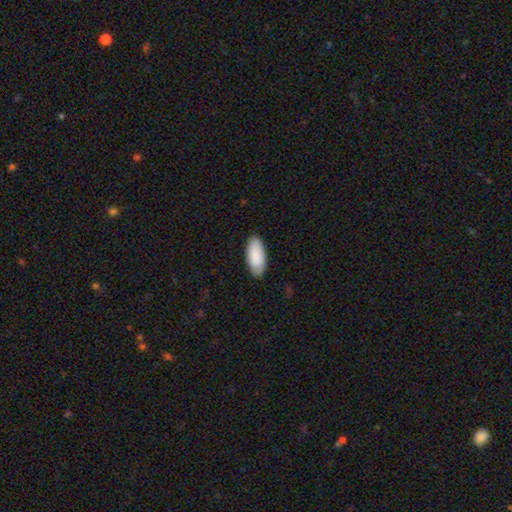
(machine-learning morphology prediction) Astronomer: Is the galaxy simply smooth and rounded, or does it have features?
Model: smooth — 90%.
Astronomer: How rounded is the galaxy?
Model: in between — 90%.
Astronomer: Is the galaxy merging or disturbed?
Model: none — 87%.